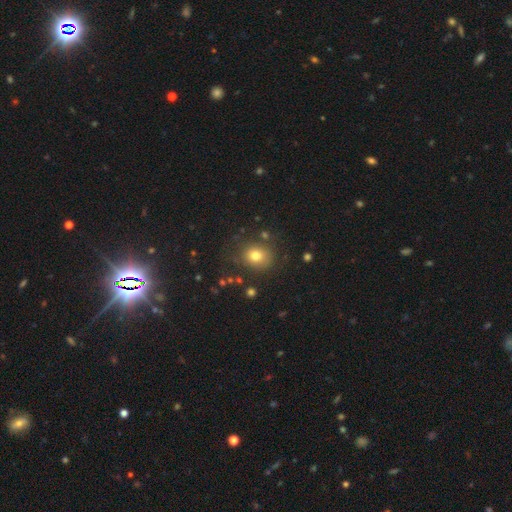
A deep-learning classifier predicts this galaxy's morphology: Smooth or featured? Predicted: smooth (p=0.75). How rounded? Predicted: round (p=0.70). Merging? Predicted: none (p=0.77).